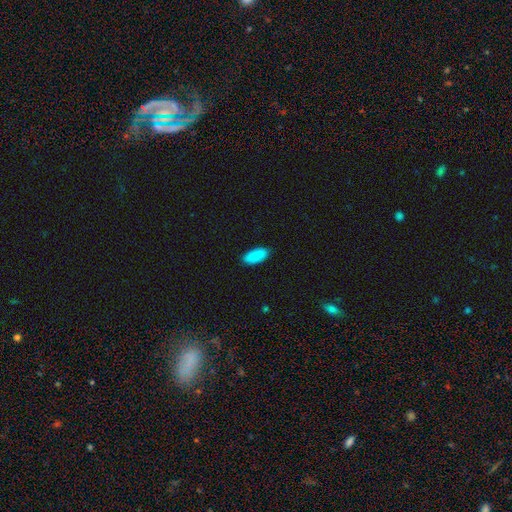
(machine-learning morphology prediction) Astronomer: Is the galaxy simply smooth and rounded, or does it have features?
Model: smooth — 91%.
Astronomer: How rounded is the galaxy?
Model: in between — 87%.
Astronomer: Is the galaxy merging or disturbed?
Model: none — 89%.